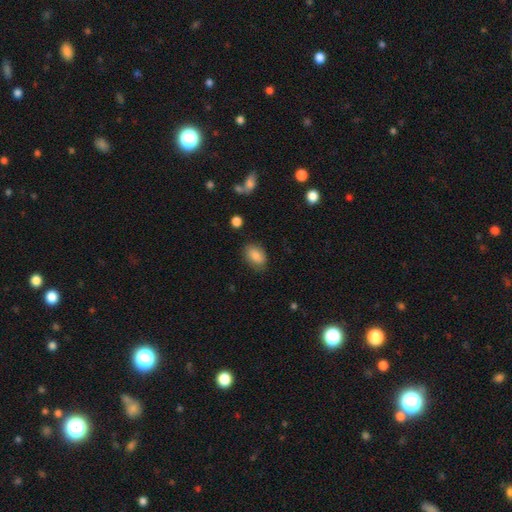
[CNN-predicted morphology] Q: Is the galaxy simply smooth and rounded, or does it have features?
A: smooth — 85%.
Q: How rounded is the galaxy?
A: in between — 87%.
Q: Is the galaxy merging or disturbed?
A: none — 79%.